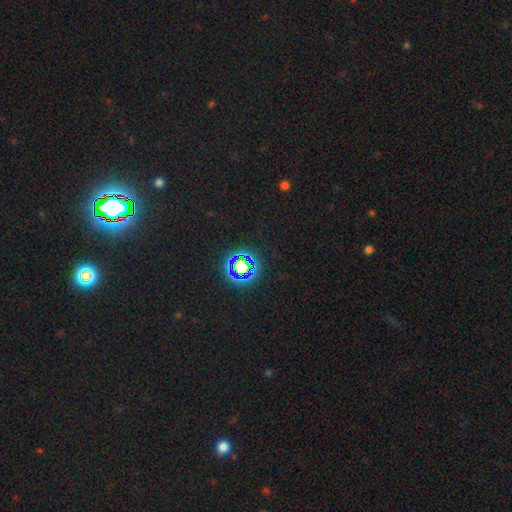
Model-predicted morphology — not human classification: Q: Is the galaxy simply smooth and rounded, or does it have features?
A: star or artifact — 78%.